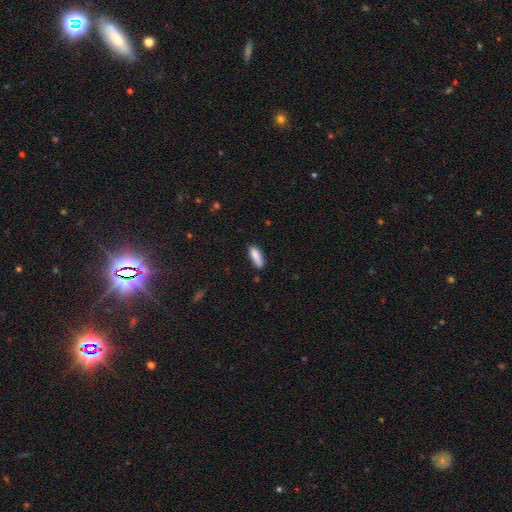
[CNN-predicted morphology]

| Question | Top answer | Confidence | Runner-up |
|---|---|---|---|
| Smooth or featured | smooth | 87% | featured or disk (7%) |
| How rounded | in between | 56% | cigar-shaped (42%) |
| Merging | none | 78% | minor disturbance (16%) |